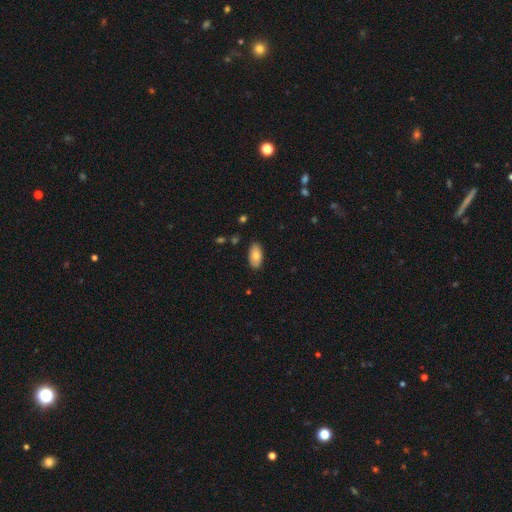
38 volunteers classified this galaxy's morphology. Q: Smooth or featured?
A: smooth (82%); runner-up: featured or disk (16%)
Q: How rounded?
A: in between (90%); runner-up: cigar-shaped (6%)
Q: Merging?
A: none (76%); runner-up: minor disturbance (24%)